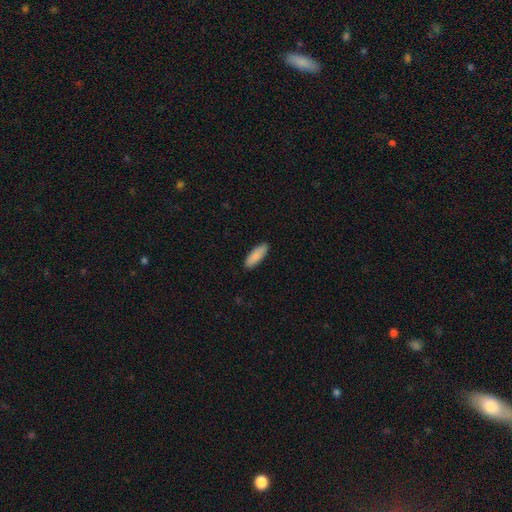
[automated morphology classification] The model was most divided on "how rounded": in between: 57%, cigar-shaped: 42%, round: 2%. More confident: merging — none (89%); smooth or featured — smooth (89%).